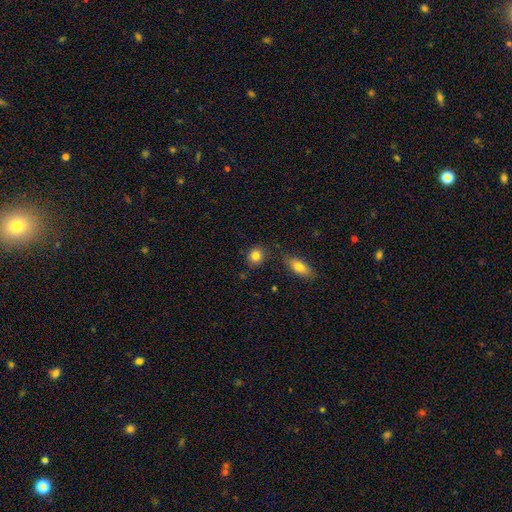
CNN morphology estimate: This is clearly a smooth galaxy (83%). How rounded: likely round (77%). Merging: clearly none (80%).